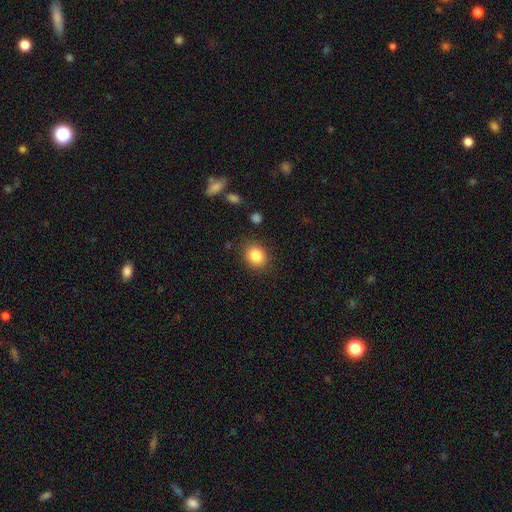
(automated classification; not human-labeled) smooth_or_featured: smooth (p=0.85) [alt: star or artifact p=0.09]
how_rounded: round (p=0.63) [alt: in between p=0.36]
merging: none (p=0.86) [alt: minor disturbance p=0.10]